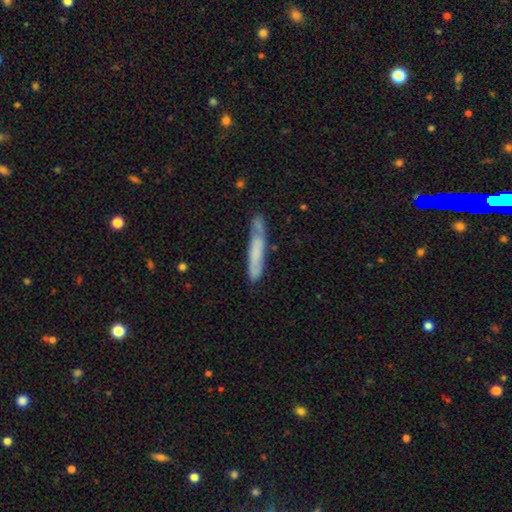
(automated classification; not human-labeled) Smooth or featured? smooth (55%)
How rounded? cigar-shaped (92%)
Merging? none (72%)